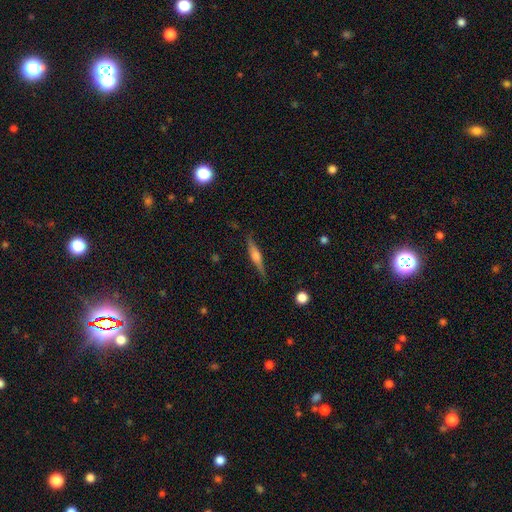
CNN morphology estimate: type=featured or disk (66%); edge-on=yes (97%); edge-on bulge=rounded (75%); merging=none (86%).